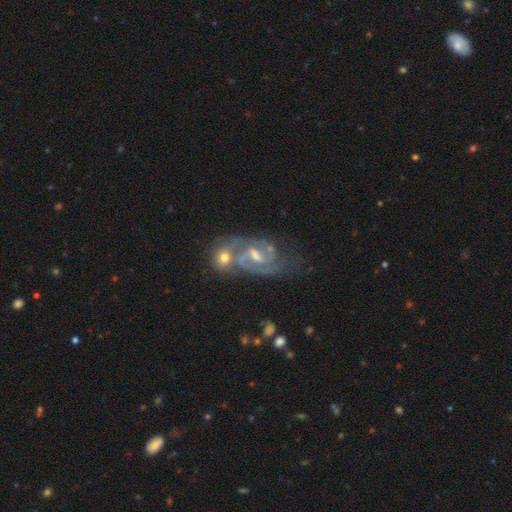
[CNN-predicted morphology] Smooth or featured? featured or disk (86%)
Edge-on disk? no (97%)
Bar? weak (56%)
Spiral arms? yes (95%)
Spiral winding? medium (53%)
Spiral arm count? 2 (81%)
Bulge size? moderate (50%)
Merging? merger (39%)